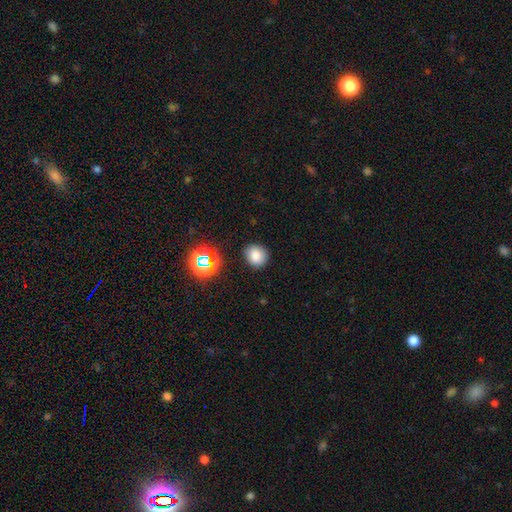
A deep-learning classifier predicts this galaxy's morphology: A smooth galaxy with no disk features (78%) that is round (78%).

Vote fractions:
- Smooth or featured? smooth: 78% / star or artifact: 16% / featured or disk: 6%
- How rounded? round: 78% / in between: 21% / cigar-shaped: 1%
- Merging? none: 85% / minor disturbance: 10% / major disturbance: 3% / merger: 2%